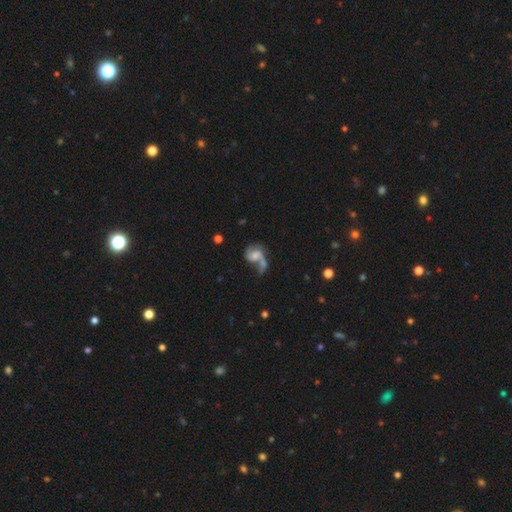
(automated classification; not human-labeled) smooth-or-featured: featured or disk: 64% | smooth: 27% | star or artifact: 9%
  disk-edge-on: no: 98% | yes: 2%
    bar: no: 56% | weak: 35% | strong: 9%
    has-spiral-arms: yes: 83% | no: 17%
      spiral-winding: loose: 54% | medium: 34% | tight: 11%
      spiral-arm-count: 2: 61% | 1: 30% | can't tell: 6% | 3: 1% | 4: 1% | more than 4: 1%
    bulge-size: small: 36% | moderate: 31% | none: 23% | large: 8% | dominant: 2%
  merging: merger: 41% | none: 24% | major disturbance: 22% | minor disturbance: 14%